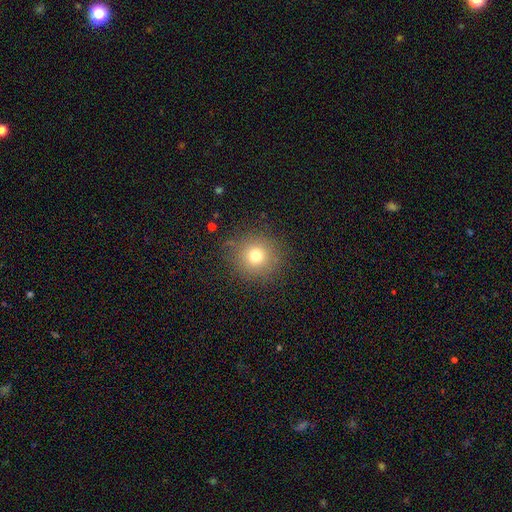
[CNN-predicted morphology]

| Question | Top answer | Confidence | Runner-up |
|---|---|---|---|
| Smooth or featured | smooth | 73% | star or artifact (17%) |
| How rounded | round | 93% | in between (6%) |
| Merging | none | 87% | minor disturbance (8%) |